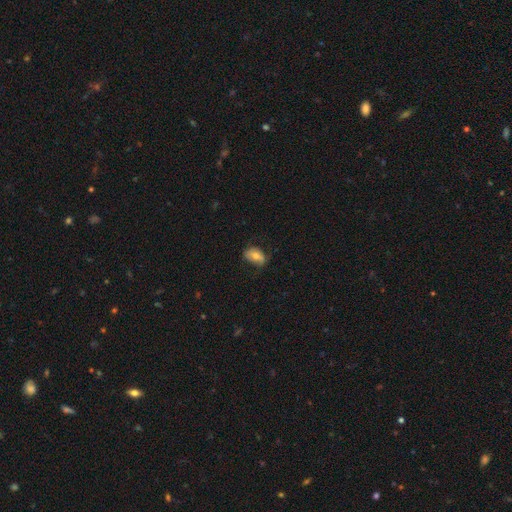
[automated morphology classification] smooth_or_featured: smooth (p=0.66) [alt: featured or disk p=0.25]
how_rounded: in between (p=0.85) [alt: round p=0.13]
merging: none (p=0.63) [alt: minor disturbance p=0.28]